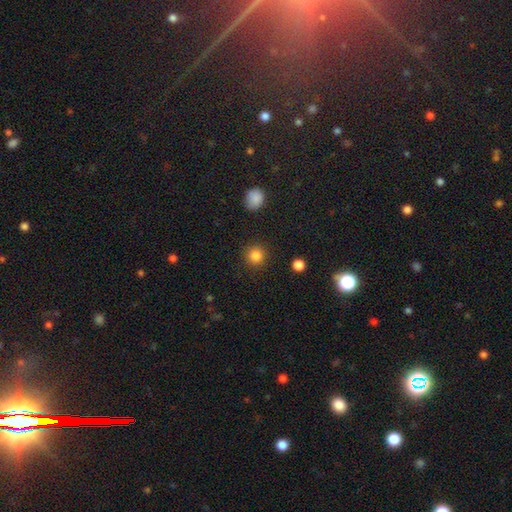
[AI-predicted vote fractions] This is clearly a smooth galaxy (85%). How rounded: clearly round (93%). Merging: clearly none (90%).